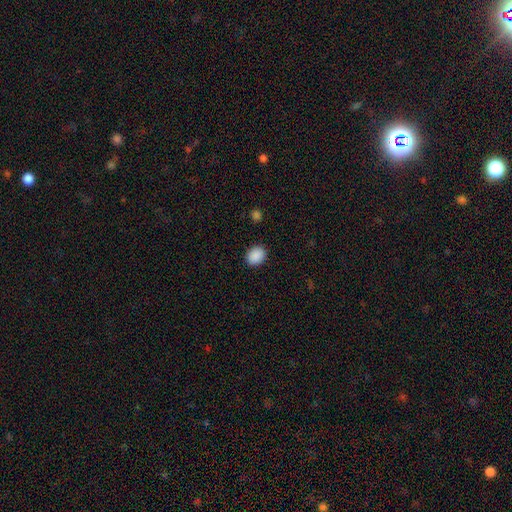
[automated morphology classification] Overall: smooth (90%). How rounded: in between (52%; round 47%). Merging: none (90%).